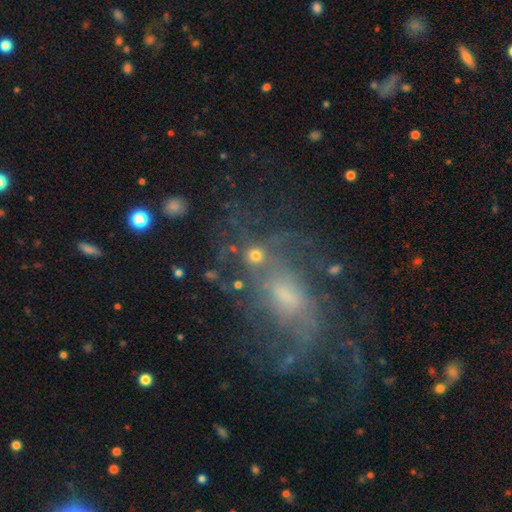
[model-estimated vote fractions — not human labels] Smooth or featured: featured or disk — 44% (smooth — 32%)
Merging: none — 54% (major disturbance — 16%)